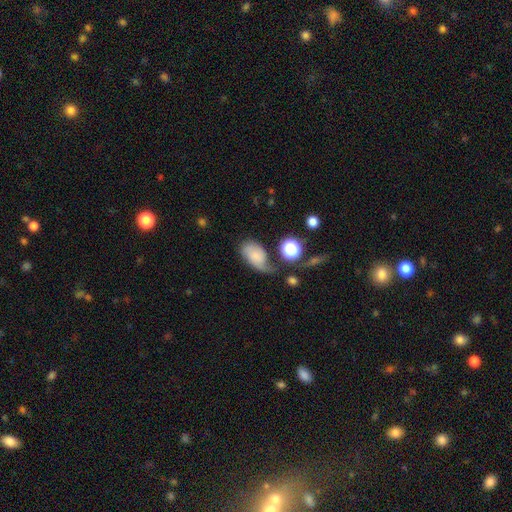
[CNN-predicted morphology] smooth_or_featured: smooth (p=0.60) [alt: featured or disk p=0.29]
how_rounded: in between (p=0.88) [alt: round p=0.11]
merging: none (p=0.33) [alt: minor disturbance p=0.32]